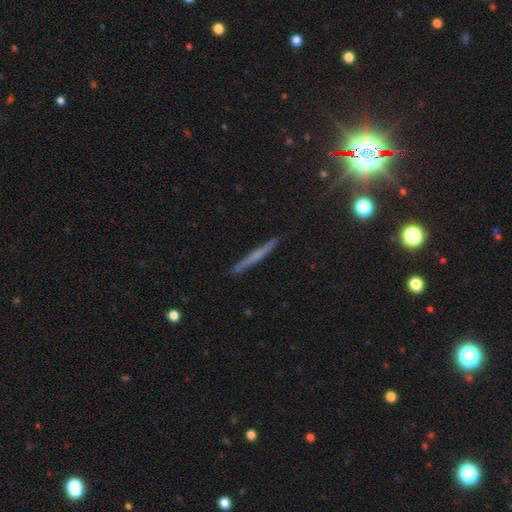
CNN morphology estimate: This appears to be a featured or disk galaxy (46%). Merging: none (89%).